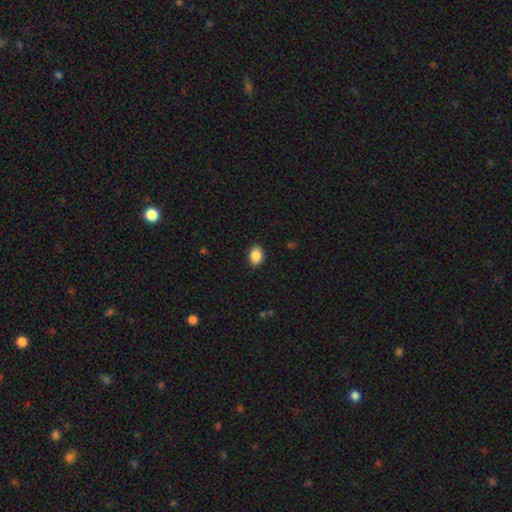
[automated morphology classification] smooth_or_featured: smooth (p=0.88) [alt: star or artifact p=0.08]
how_rounded: in between (p=0.68) [alt: round p=0.31]
merging: none (p=0.87) [alt: minor disturbance p=0.10]